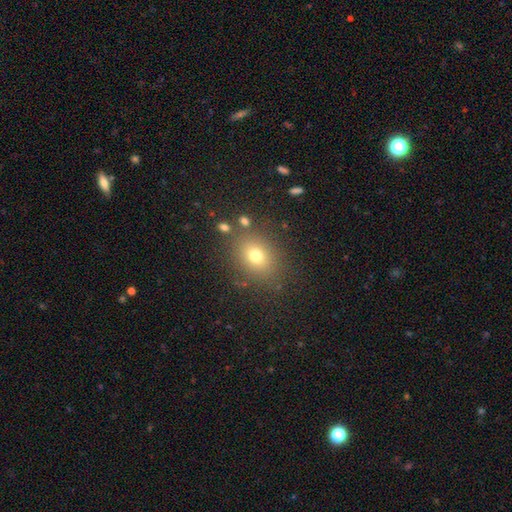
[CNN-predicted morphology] Smooth or featured?
  - smooth: 72% *
  - star or artifact: 17%
  - featured or disk: 11%
How rounded?
  - round: 54% *
  - in between: 45%
  - cigar-shaped: 1%
Merging?
  - none: 82% *
  - minor disturbance: 10%
  - major disturbance: 4%
  - merger: 4%